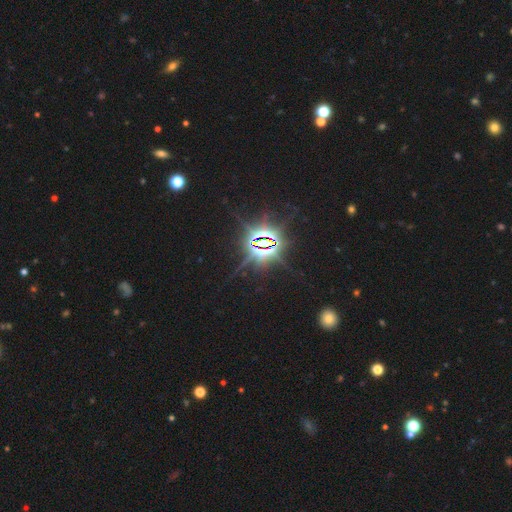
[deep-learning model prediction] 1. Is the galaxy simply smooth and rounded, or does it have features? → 84% star or artifact, 10% smooth, 6% featured or disk.